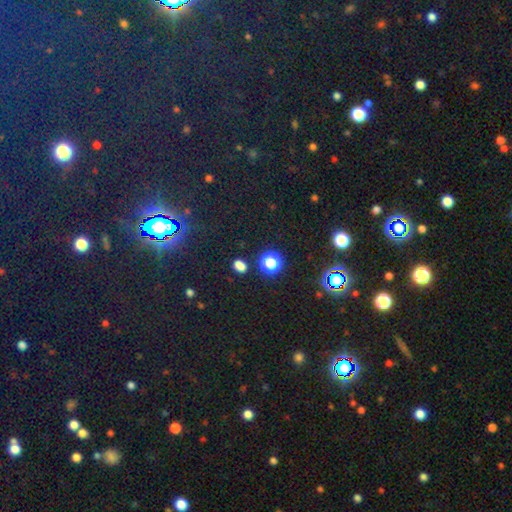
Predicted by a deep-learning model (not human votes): This appears to be a star or artifact, not a galaxy (76%).